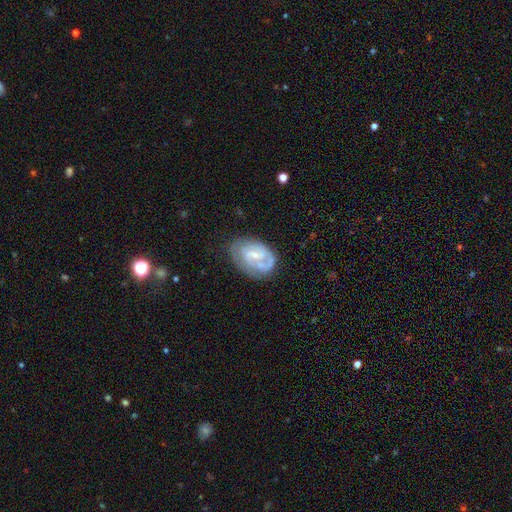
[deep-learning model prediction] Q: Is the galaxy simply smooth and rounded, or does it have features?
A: featured or disk — 76%.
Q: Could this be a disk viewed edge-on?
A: no — 97%.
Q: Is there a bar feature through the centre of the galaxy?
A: weak — 49%.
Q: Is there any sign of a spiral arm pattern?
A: yes — 88%.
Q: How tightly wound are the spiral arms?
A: tight — 46%.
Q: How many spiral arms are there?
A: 2 — 48%.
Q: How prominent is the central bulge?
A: small — 64%.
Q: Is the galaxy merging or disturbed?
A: none — 63%.